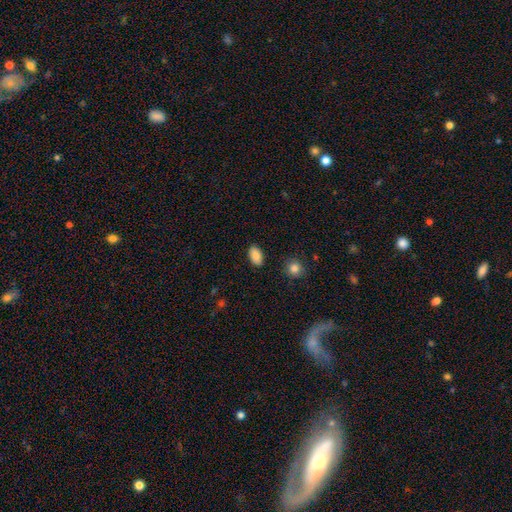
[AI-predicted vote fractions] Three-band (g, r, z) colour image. It shows a smooth galaxy with no disk features (88%) that is in between round and cigar-shaped (92%). Merging: none (88%).